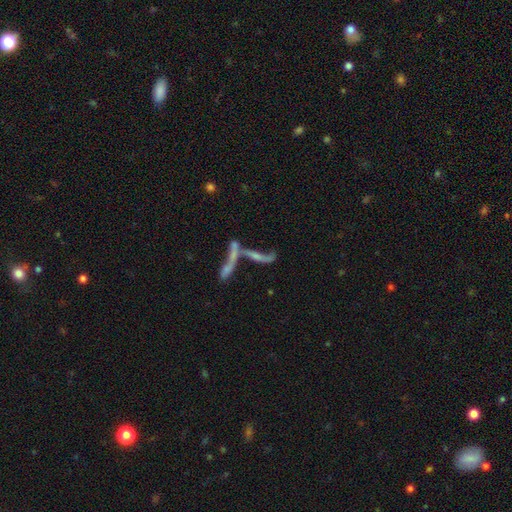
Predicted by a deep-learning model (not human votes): smooth-or-featured: featured or disk: 56% | smooth: 26% | star or artifact: 18%
  disk-edge-on: no: 59% | yes: 41%
  merging: merger: 60% | none: 21% | major disturbance: 11% | minor disturbance: 7%